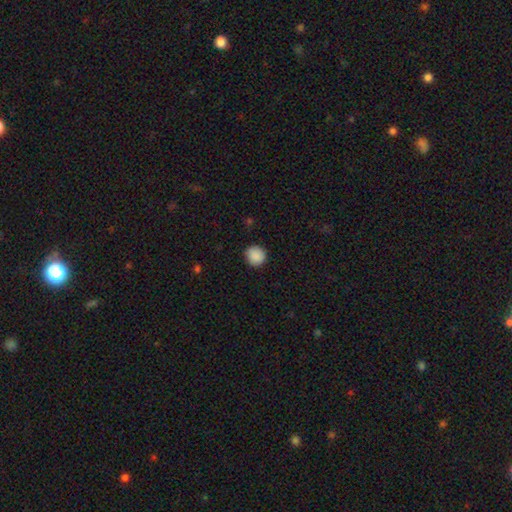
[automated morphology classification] Smooth or featured: smooth — 89% (star or artifact — 8%)
How rounded: round — 90% (in between — 9%)
Merging: none — 89% (minor disturbance — 8%)